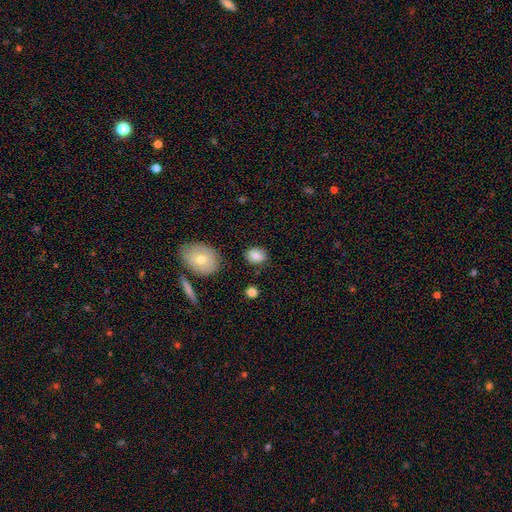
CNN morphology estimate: The model was most divided on "how rounded": round: 57%, in between: 42%, cigar-shaped: 1%. More confident: merging — none (82%); smooth or featured — smooth (81%).